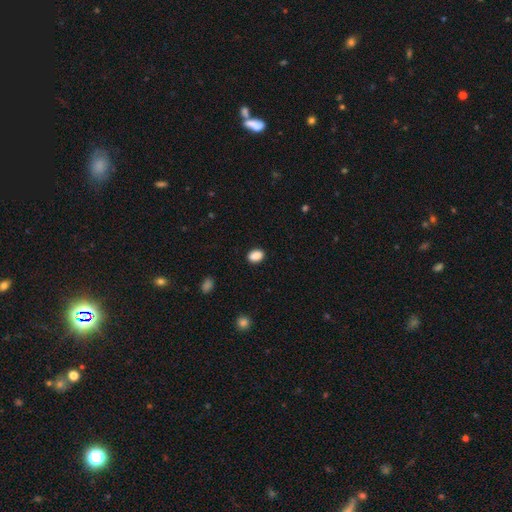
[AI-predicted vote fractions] A smooth galaxy with no disk features (89%) that is in between round and cigar-shaped (77%). Merging: none (89%).